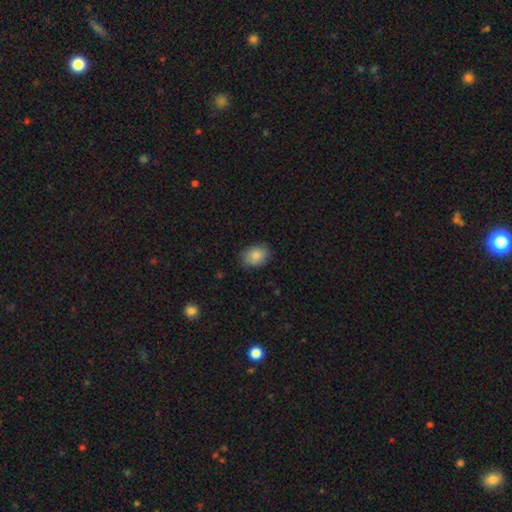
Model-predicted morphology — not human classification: Smooth or featured? Predicted: smooth (p=0.85). How rounded? Predicted: in between (p=0.68). Merging? Predicted: none (p=0.83).